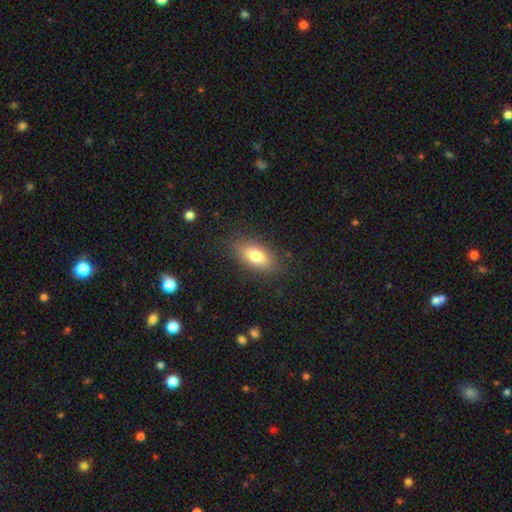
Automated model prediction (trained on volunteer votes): This appears to be a smooth galaxy with no disk features (77%) that is in between round and cigar-shaped (86%). Merging: none (84%).